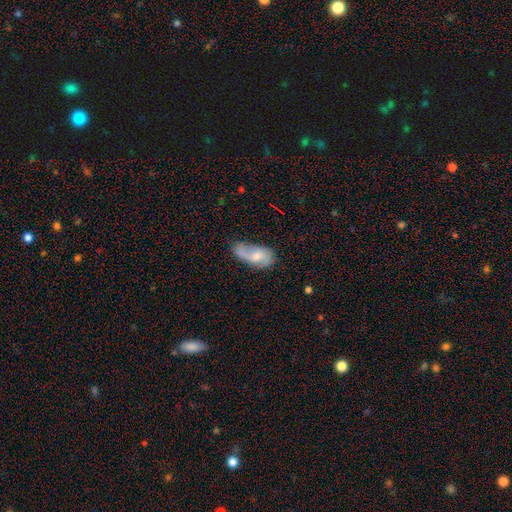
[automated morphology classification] Overall: smooth (47%; featured or disk 46%). Merging: none (37%; minor disturbance 34%).